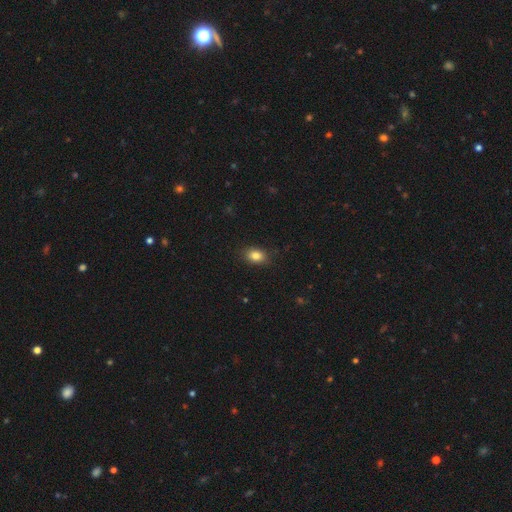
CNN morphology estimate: A smooth galaxy with no disk features (84%) that is in between round and cigar-shaped (76%).

Vote fractions:
- Smooth or featured? smooth: 84% / star or artifact: 10% / featured or disk: 6%
- How rounded? in between: 76% / round: 23% / cigar-shaped: 1%
- Merging? none: 86% / minor disturbance: 10% / major disturbance: 2% / merger: 1%